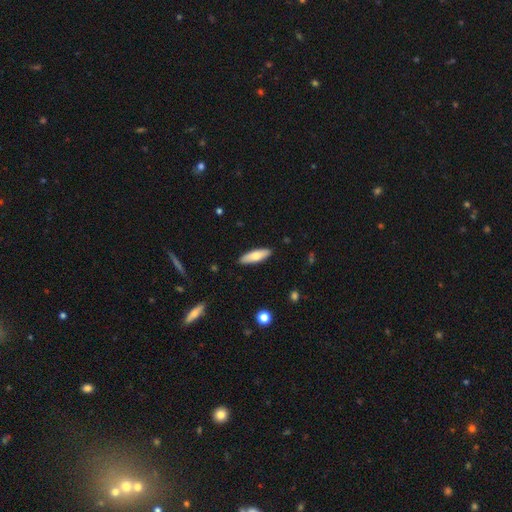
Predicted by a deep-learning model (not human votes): Q: Smooth or featured?
A: smooth (70%); runner-up: featured or disk (24%)
Q: How rounded?
A: cigar-shaped (52%); runner-up: in between (46%)
Q: Merging?
A: none (89%); runner-up: minor disturbance (8%)